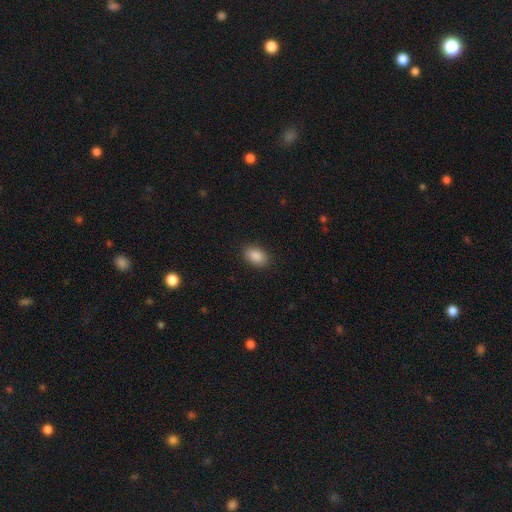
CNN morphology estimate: Overall: smooth (89%). How rounded: in between (88%). Merging: none (88%).